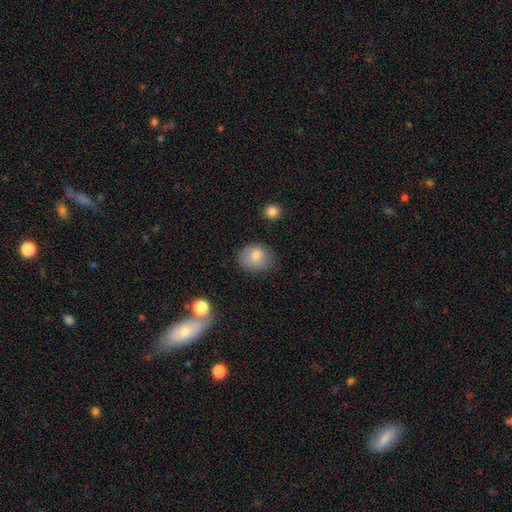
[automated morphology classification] smooth_or_featured: smooth (p=0.80) [alt: featured or disk p=0.10]
how_rounded: round (p=0.54) [alt: in between p=0.44]
merging: none (p=0.76) [alt: minor disturbance p=0.17]